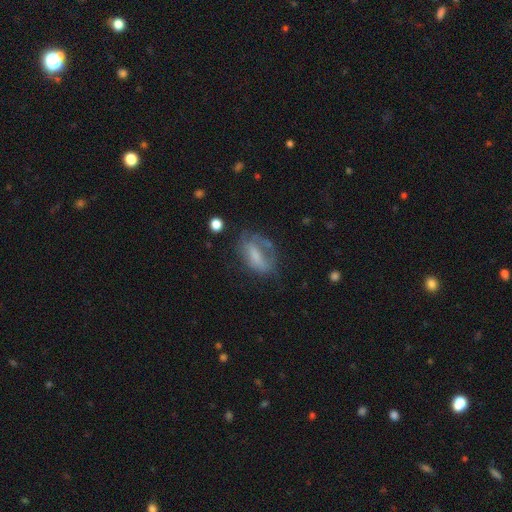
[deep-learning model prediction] The model was most divided on "smooth or featured": smooth: 50%, featured or disk: 39%, star or artifact: 10%. Remaining: how rounded — in between (78%); merging — none (42%).